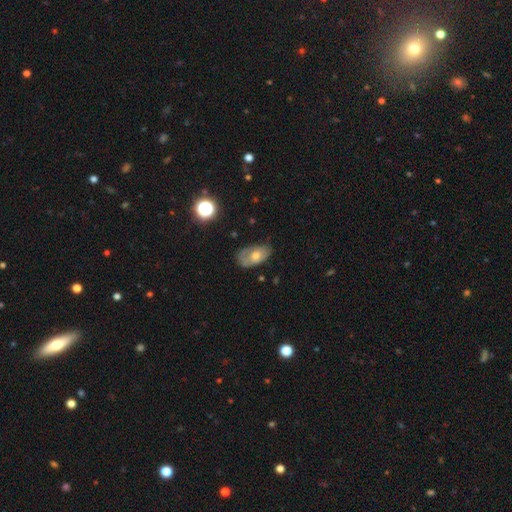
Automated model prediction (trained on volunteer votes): Morphology: type=smooth (53%); roundness=in between (89%); merging=none (56%).